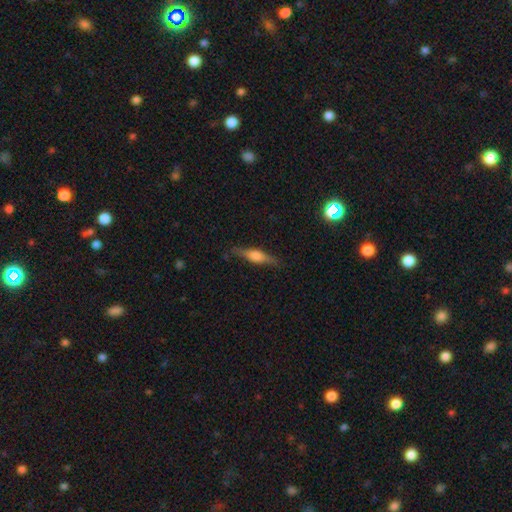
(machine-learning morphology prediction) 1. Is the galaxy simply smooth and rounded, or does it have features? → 54% featured or disk, 39% smooth, 7% star or artifact.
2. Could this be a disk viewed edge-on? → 94% yes, 6% no.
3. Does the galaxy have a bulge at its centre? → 78% rounded, 17% boxy, 5% none.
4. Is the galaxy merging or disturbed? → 80% none, 15% minor disturbance, 4% major disturbance, 1% merger.